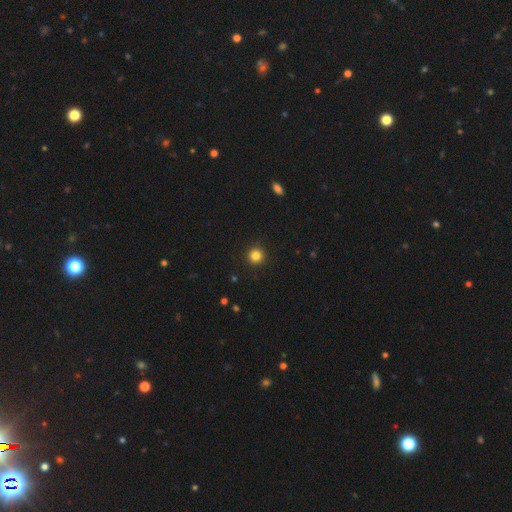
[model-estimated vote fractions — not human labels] Morphology: type=smooth (84%); roundness=round (95%); merging=none (93%).